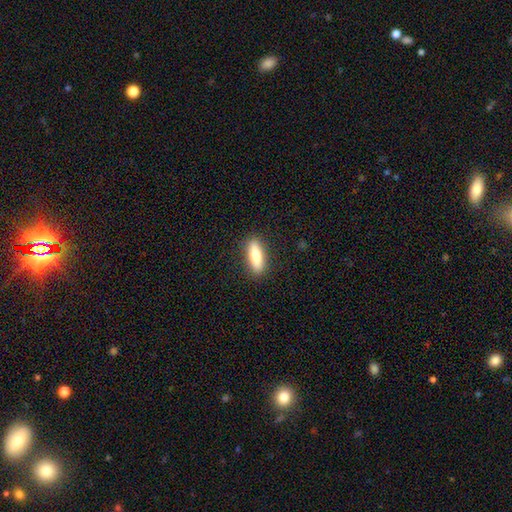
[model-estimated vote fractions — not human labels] smooth 70%, featured or disk 23%, star or artifact 6%. Down the decision tree: how rounded — in between (52%); merging — none (89%).